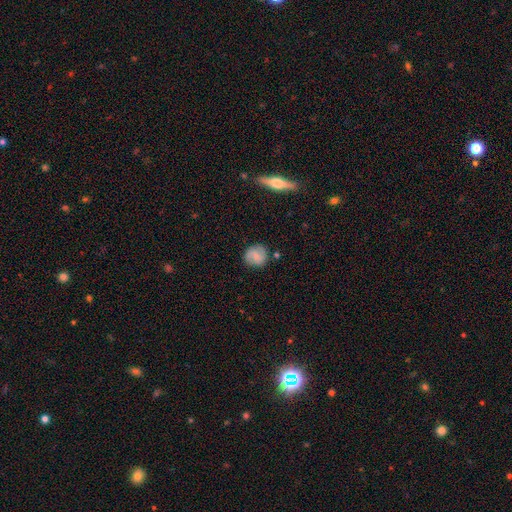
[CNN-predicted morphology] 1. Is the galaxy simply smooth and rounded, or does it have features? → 56% smooth, 35% featured or disk, 9% star or artifact.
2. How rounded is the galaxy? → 84% round, 14% in between, 1% cigar-shaped.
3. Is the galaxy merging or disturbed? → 80% none, 14% minor disturbance, 4% major disturbance, 3% merger.